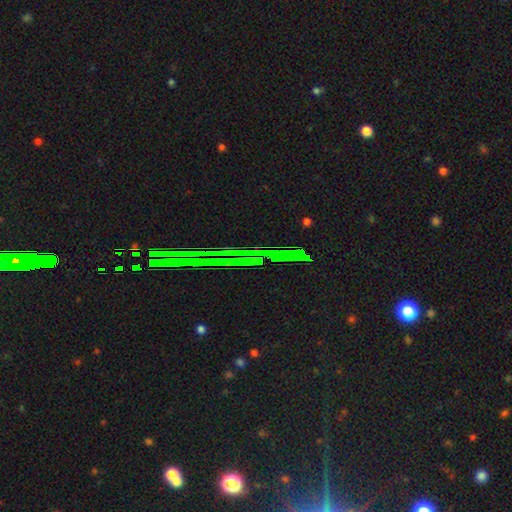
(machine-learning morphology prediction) Overall: star or artifact (81%).